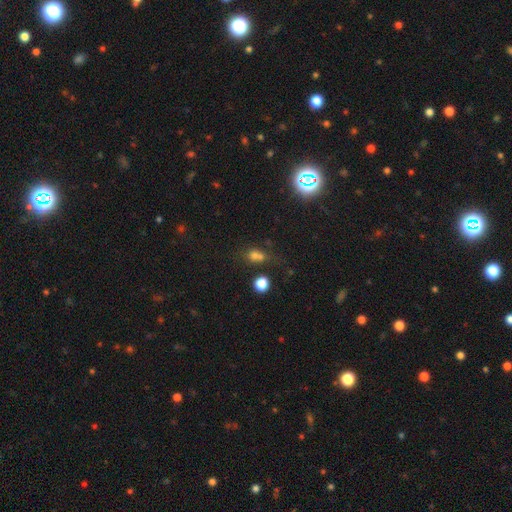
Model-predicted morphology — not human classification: Smooth or featured: smooth — 67% (star or artifact — 22%)
How rounded: round — 66% (in between — 32%)
Merging: none — 45% (merger — 36%)